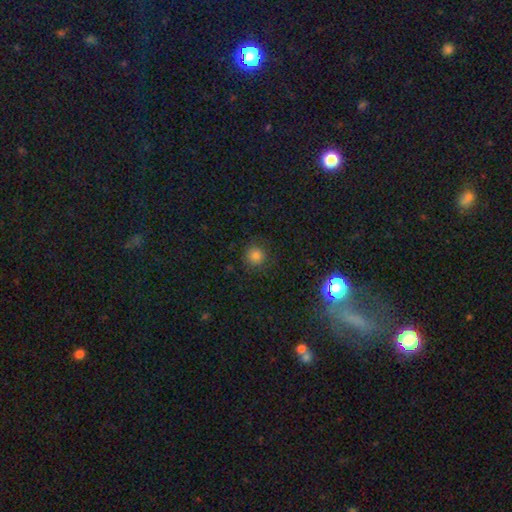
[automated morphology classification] Overall: smooth (80%). How rounded: round (93%). Merging: none (86%).